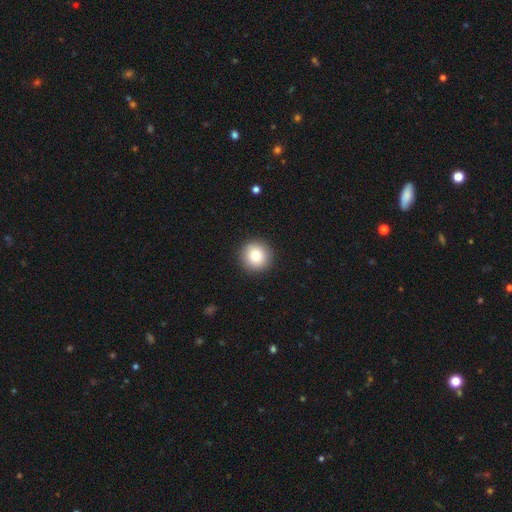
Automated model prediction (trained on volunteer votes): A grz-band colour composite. It shows a smooth galaxy with no disk features (80%) that is round (95%). Merging: none (92%).